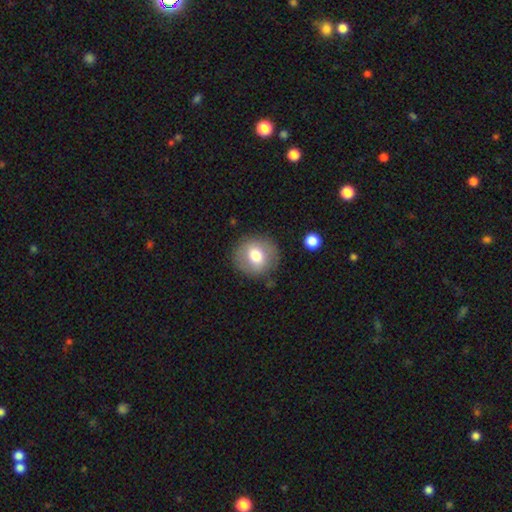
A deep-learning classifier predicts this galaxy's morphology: A smooth galaxy with no disk features (71%) that is round (85%).

Vote fractions:
- Smooth or featured? smooth: 71% / featured or disk: 21% / star or artifact: 8%
- How rounded? round: 85% / in between: 14% / cigar-shaped: 1%
- Merging? none: 82% / minor disturbance: 12% / major disturbance: 4% / merger: 2%